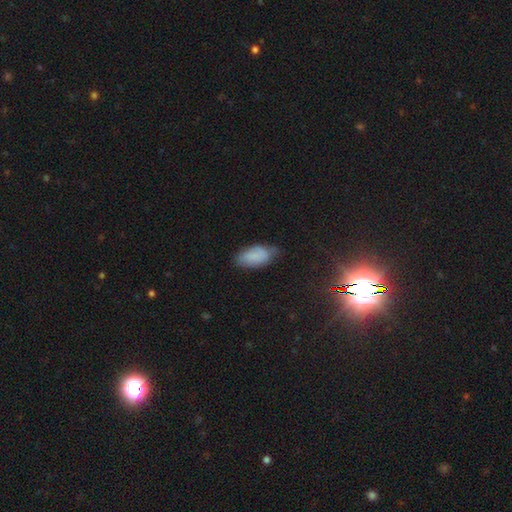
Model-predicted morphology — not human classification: smooth_or_featured: smooth (p=0.77) [alt: featured or disk p=0.13]
how_rounded: in between (p=0.94) [alt: cigar-shaped p=0.03]
merging: none (p=0.57) [alt: minor disturbance p=0.34]